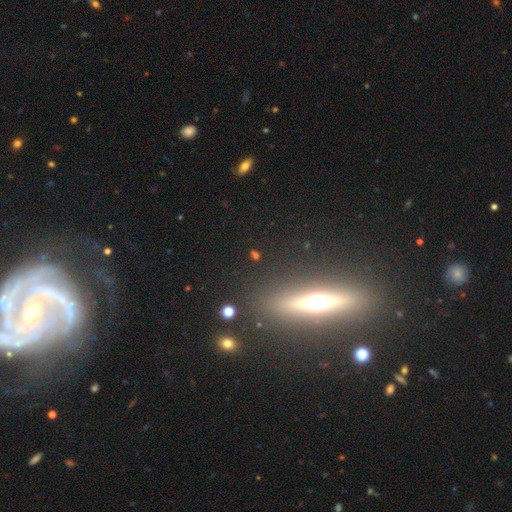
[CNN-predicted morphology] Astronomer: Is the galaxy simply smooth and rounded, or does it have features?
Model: featured or disk — 39% (runner-up: smooth, 33%).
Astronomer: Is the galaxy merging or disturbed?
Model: none — 82%.